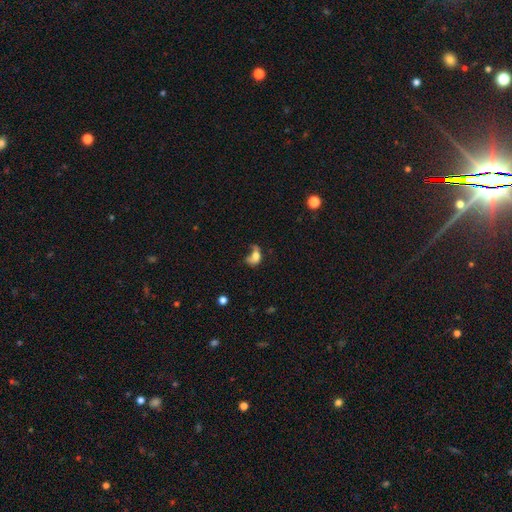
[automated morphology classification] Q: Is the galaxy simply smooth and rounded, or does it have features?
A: smooth — 63%.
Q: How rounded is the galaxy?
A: in between — 74%.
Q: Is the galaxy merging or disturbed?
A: major disturbance — 42%.